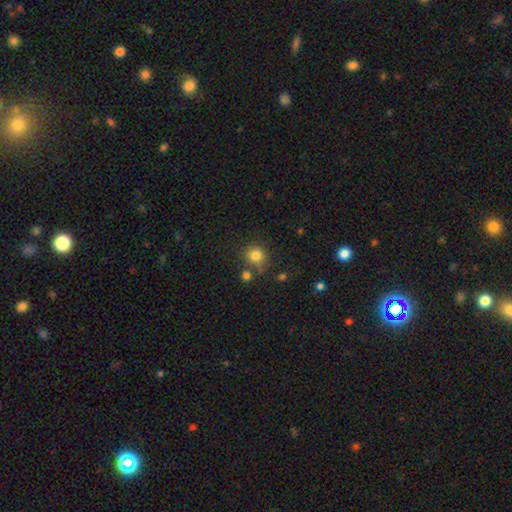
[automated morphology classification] smooth_or_featured: smooth (p=0.81) [alt: star or artifact p=0.12]
how_rounded: round (p=0.84) [alt: in between p=0.15]
merging: none (p=0.71) [alt: minor disturbance p=0.14]